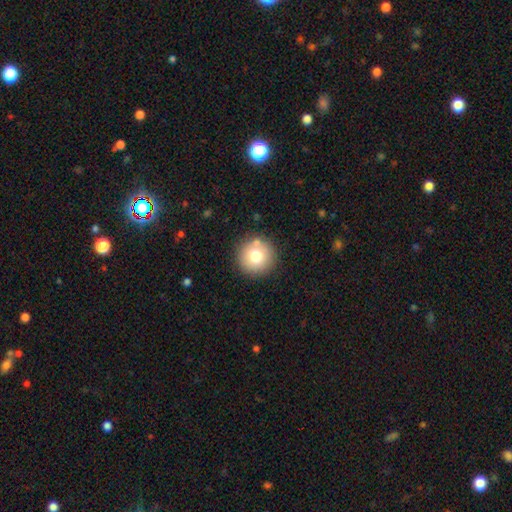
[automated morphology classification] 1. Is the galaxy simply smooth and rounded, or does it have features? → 75% smooth, 15% featured or disk, 11% star or artifact.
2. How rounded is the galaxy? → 94% round, 5% in between, 1% cigar-shaped.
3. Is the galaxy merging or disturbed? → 85% none, 9% minor disturbance, 4% merger, 3% major disturbance.